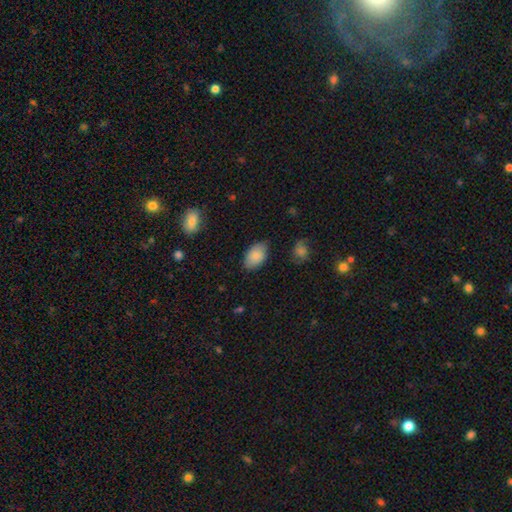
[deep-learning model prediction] Smooth or featured? Predicted: smooth (p=0.87). How rounded? Predicted: in between (p=0.93). Merging? Predicted: none (p=0.80).